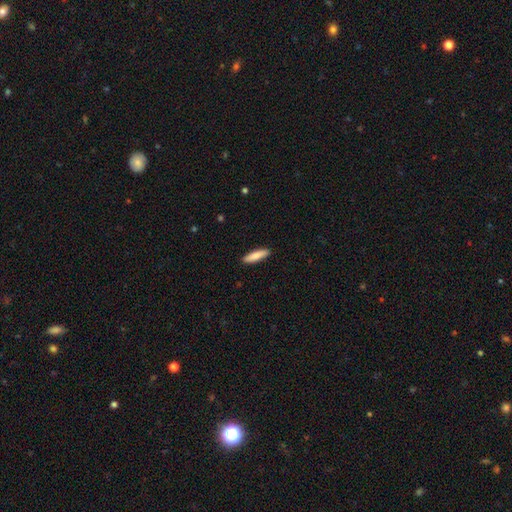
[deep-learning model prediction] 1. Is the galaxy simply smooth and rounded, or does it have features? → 83% smooth, 11% featured or disk, 5% star or artifact.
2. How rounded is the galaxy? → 76% cigar-shaped, 23% in between, 1% round.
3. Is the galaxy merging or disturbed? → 90% none, 7% minor disturbance, 2% major disturbance, 1% merger.